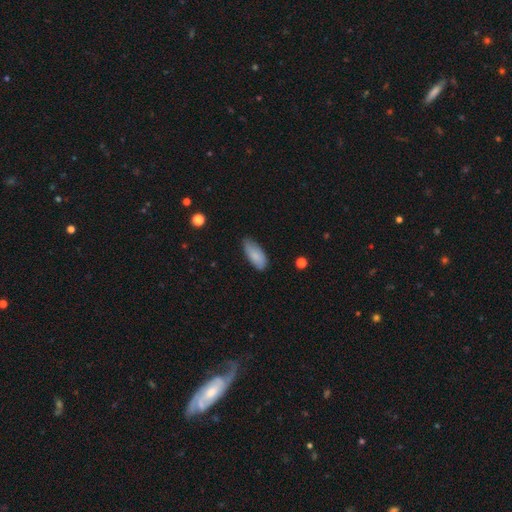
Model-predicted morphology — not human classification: Overall: smooth (85%). How rounded: in between (87%). Merging: none (69%).